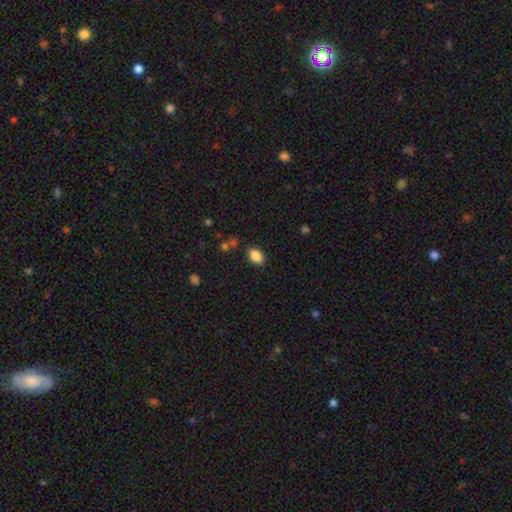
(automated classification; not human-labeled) Morphology: type=smooth (87%); roundness=in between (87%); merging=none (83%).